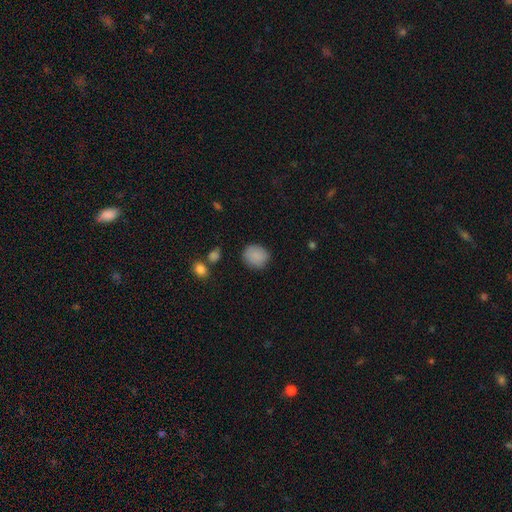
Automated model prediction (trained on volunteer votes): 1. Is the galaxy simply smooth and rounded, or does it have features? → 87% smooth, 8% star or artifact, 5% featured or disk.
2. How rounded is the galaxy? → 69% round, 30% in between, 1% cigar-shaped.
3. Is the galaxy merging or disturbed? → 82% none, 13% minor disturbance, 3% major disturbance, 2% merger.